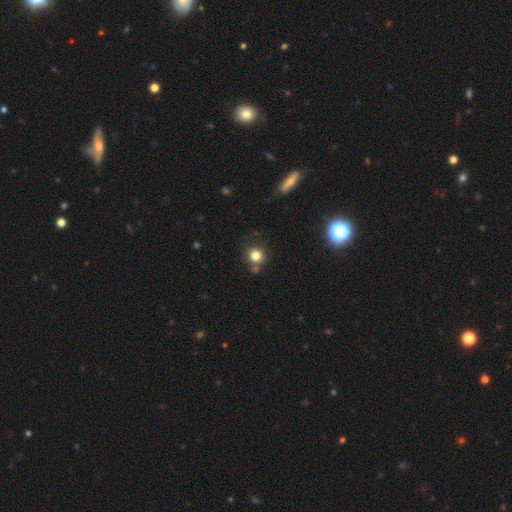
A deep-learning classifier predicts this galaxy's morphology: A smooth galaxy with no disk features (81%) that is round (90%).

Vote fractions:
- Smooth or featured? smooth: 81% / star or artifact: 13% / featured or disk: 7%
- How rounded? round: 90% / in between: 9% / cigar-shaped: 1%
- Merging? none: 75% / merger: 13% / minor disturbance: 10% / major disturbance: 3%